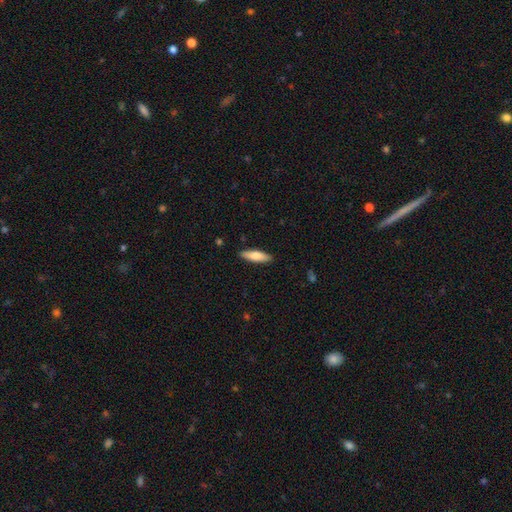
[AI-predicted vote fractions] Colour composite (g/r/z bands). It shows a smooth galaxy with no disk features (75%) that is cigar-shaped (61%). Merging: none (89%).